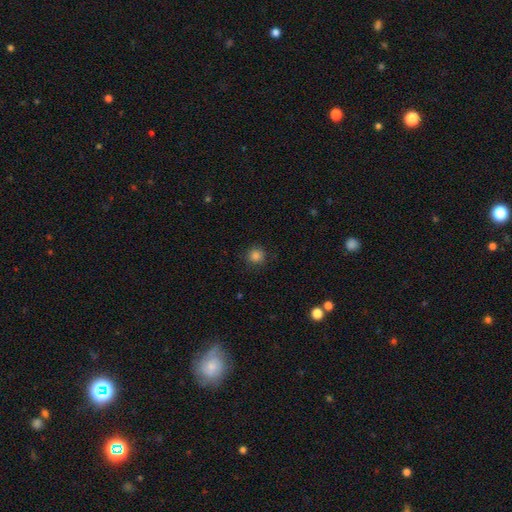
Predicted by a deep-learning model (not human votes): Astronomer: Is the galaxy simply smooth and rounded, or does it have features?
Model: smooth — 84%.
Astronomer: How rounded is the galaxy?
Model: round — 93%.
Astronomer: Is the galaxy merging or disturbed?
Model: none — 88%.